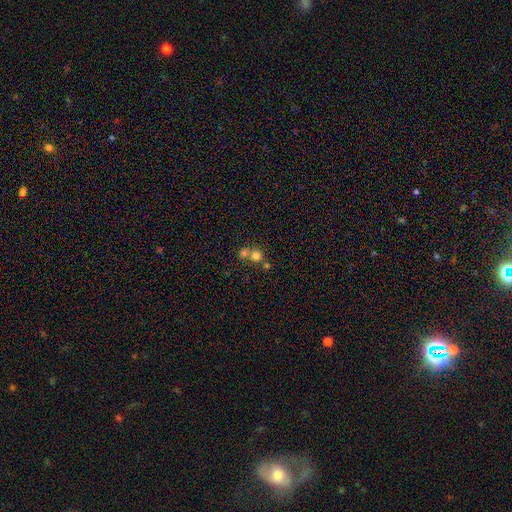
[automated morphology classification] smooth 72%, star or artifact 15%, featured or disk 13%. Down the decision tree: how rounded — round (88%); merging — merger (51%).